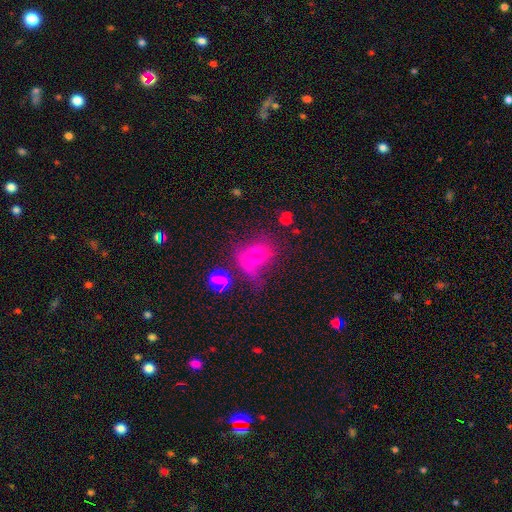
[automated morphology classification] type=smooth (64%); roundness=in between (56%); merging=merger (30%).